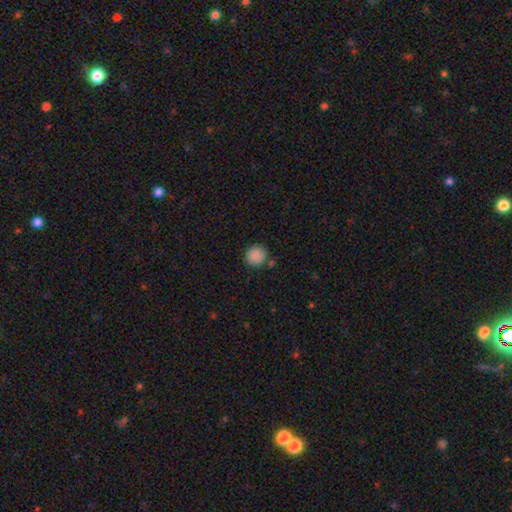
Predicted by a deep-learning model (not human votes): Smooth or featured? smooth (88%)
How rounded? round (87%)
Merging? none (81%)